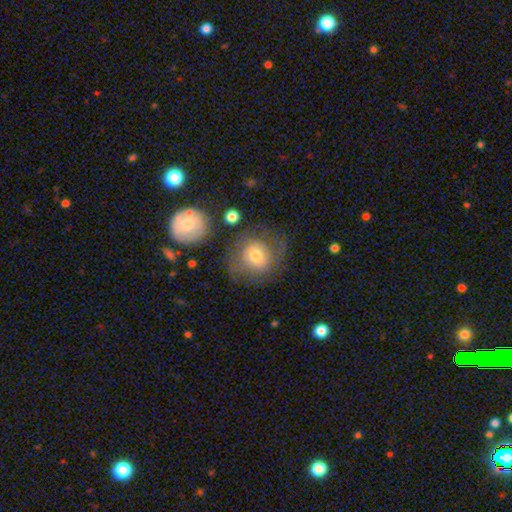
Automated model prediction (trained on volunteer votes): smooth-or-featured: smooth: 68% | featured or disk: 23% | star or artifact: 9%
  how-rounded: round: 82% | in between: 17% | cigar-shaped: 1%
  merging: none: 60% | minor disturbance: 20% | major disturbance: 16% | merger: 5%